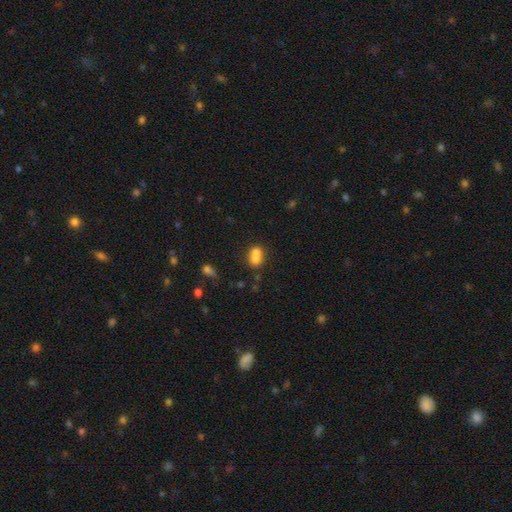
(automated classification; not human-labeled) smooth-or-featured: smooth: 71% | featured or disk: 17% | star or artifact: 11%
  how-rounded: in between: 56% | round: 41% | cigar-shaped: 3%
  merging: merger: 58% | none: 28% | minor disturbance: 10% | major disturbance: 5%